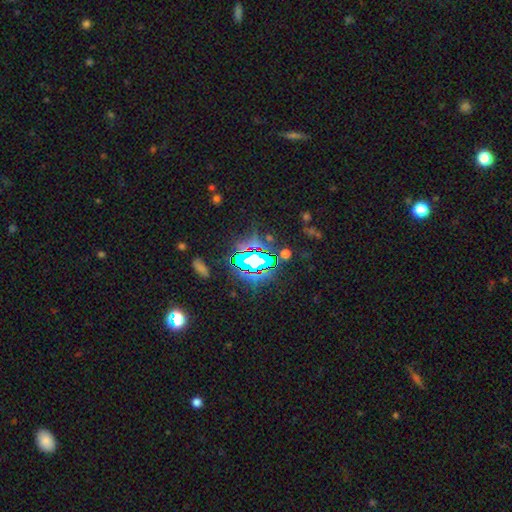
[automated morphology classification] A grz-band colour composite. It shows a star or artifact, not a galaxy (82%).